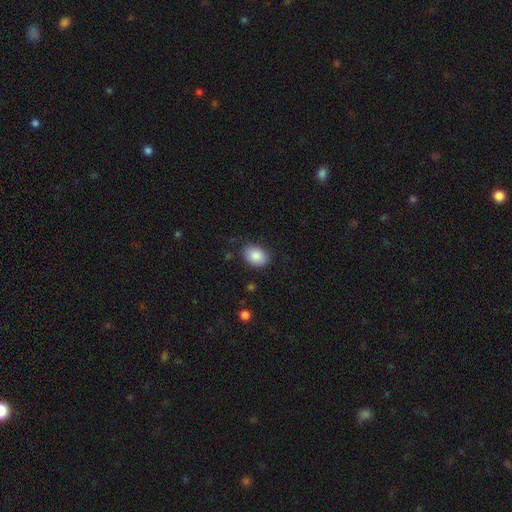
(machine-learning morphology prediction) A smooth galaxy with no disk features (87%) that is in between round and cigar-shaped (74%). Merging: none (83%).